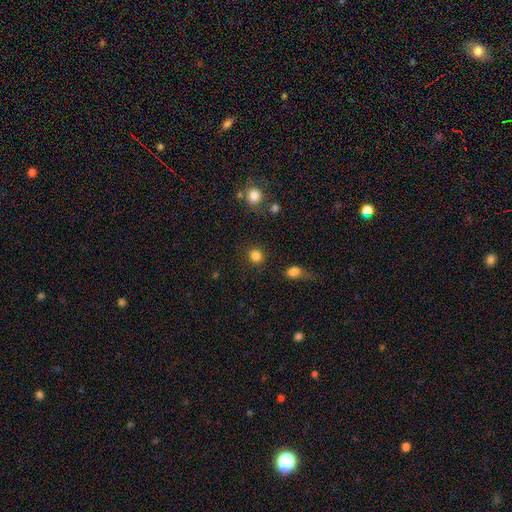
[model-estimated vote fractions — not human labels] Q: Smooth or featured?
A: smooth (84%); runner-up: star or artifact (12%)
Q: How rounded?
A: round (87%); runner-up: in between (12%)
Q: Merging?
A: none (86%); runner-up: minor disturbance (7%)